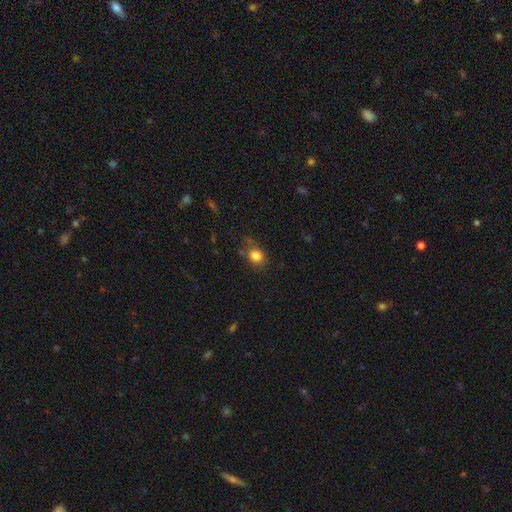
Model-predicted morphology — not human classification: Smooth or featured: smooth — 83% (star or artifact — 11%)
How rounded: round — 61% (in between — 38%)
Merging: none — 62% (minor disturbance — 24%)